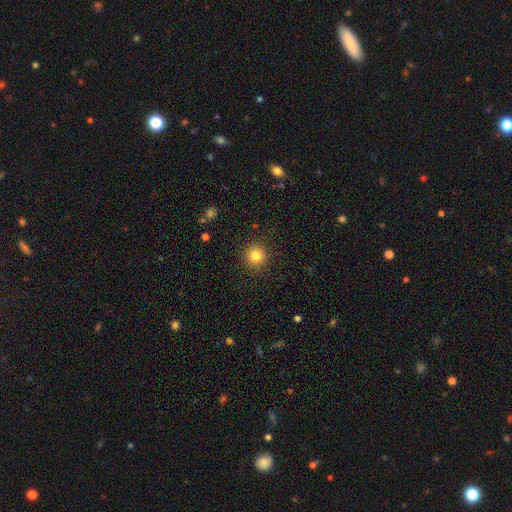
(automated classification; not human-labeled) smooth-or-featured: smooth: 82% | star or artifact: 12% | featured or disk: 6%
  how-rounded: round: 94% | in between: 5% | cigar-shaped: 1%
  merging: none: 91% | minor disturbance: 6% | major disturbance: 2% | merger: 1%